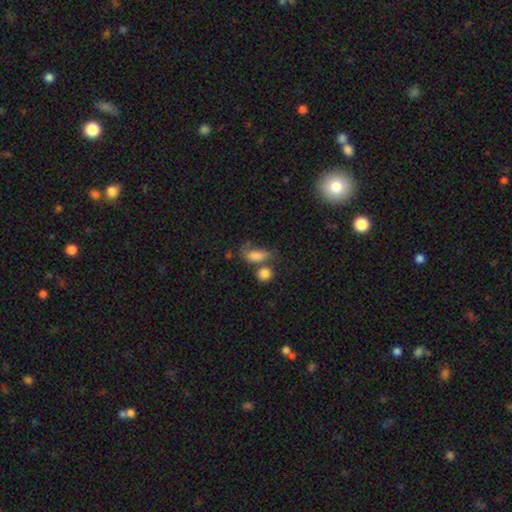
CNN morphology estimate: type=smooth (77%); roundness=in between (83%); merging=merger (38%).